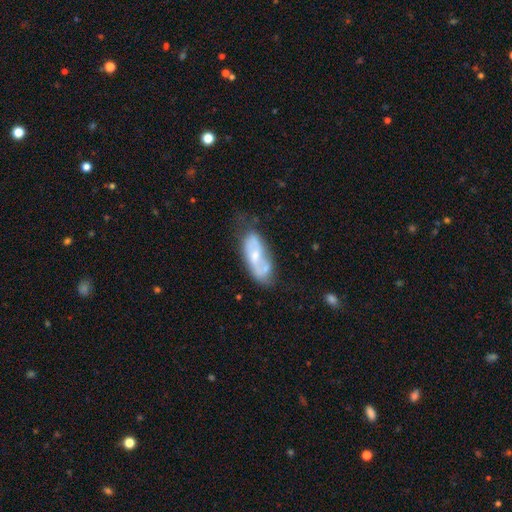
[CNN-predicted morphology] Overall: featured or disk (57%; smooth 36%). Edge-on disk: no (90%). Bar: no (62%; weak 30%). Spiral arms: yes (64%; no 36%). Bulge size: small (48%; moderate 41%). Merging: none (47%; minor disturbance 29%).